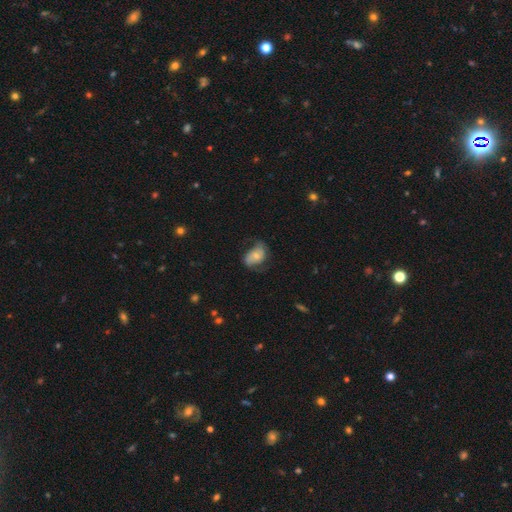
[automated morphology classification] smooth-or-featured: featured or disk: 50% | smooth: 42% | star or artifact: 8%
  merging: none: 52% | minor disturbance: 27% | major disturbance: 20% | merger: 2%